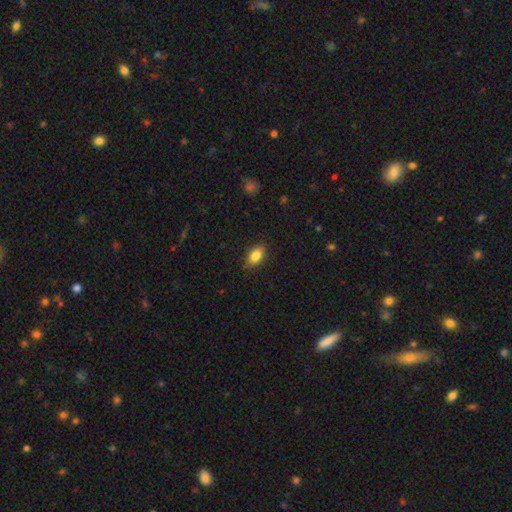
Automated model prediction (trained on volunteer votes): A smooth galaxy with no disk features (84%) that is in between round and cigar-shaped (89%). Merging: none (85%).